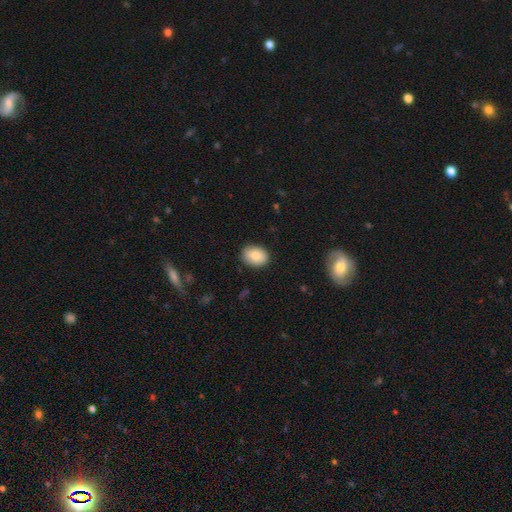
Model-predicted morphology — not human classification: smooth-or-featured: smooth: 86% | star or artifact: 7% | featured or disk: 7%
  how-rounded: in between: 68% | round: 31% | cigar-shaped: 1%
  merging: none: 86% | minor disturbance: 11% | major disturbance: 2% | merger: 1%